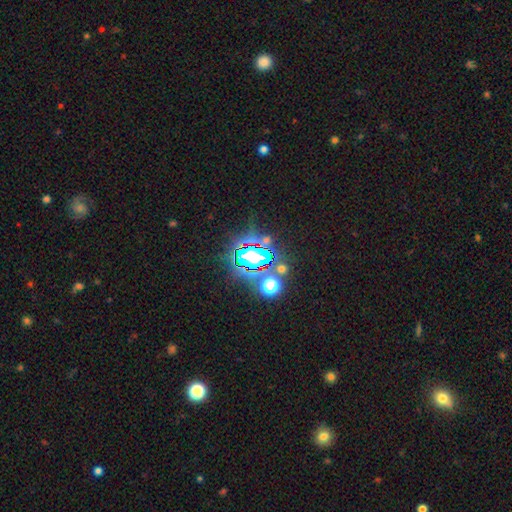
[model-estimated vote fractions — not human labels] star or artifact 75%, smooth 15%, featured or disk 10%.